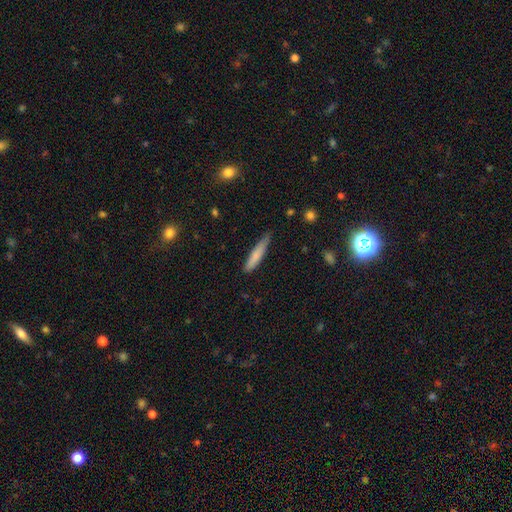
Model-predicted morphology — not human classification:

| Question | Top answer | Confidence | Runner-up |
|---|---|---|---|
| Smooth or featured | smooth | 77% | featured or disk (17%) |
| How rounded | cigar-shaped | 90% | in between (9%) |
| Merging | none | 73% | minor disturbance (23%) |